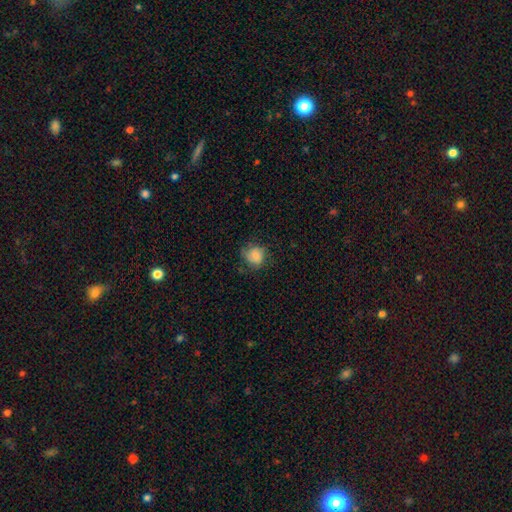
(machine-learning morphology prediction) type=smooth (80%); roundness=round (79%); merging=none (67%).